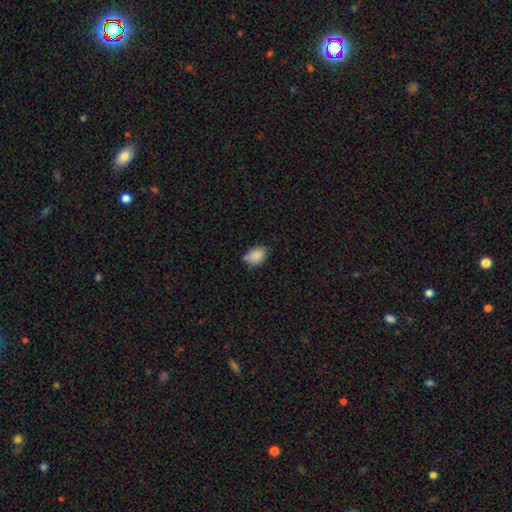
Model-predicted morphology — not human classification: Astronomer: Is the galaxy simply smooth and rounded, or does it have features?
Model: smooth — 87%.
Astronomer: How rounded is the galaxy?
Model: in between — 75%.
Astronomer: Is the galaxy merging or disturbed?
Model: none — 63%.